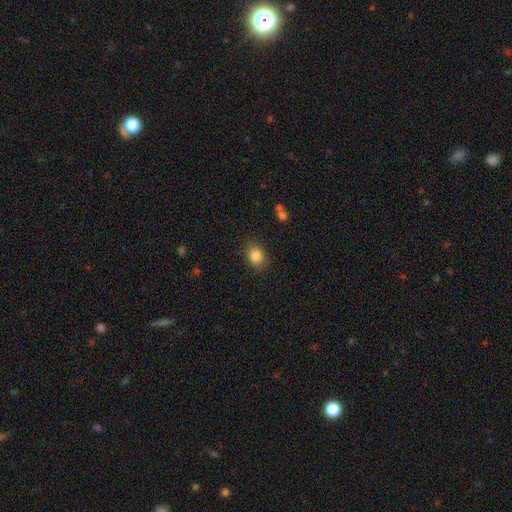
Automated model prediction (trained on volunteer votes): A smooth galaxy with no disk features (85%) that is in between round and cigar-shaped (57%).

Vote fractions:
- Smooth or featured? smooth: 85% / star or artifact: 9% / featured or disk: 6%
- How rounded? in between: 57% / round: 42% / cigar-shaped: 1%
- Merging? none: 85% / minor disturbance: 11% / major disturbance: 3% / merger: 2%